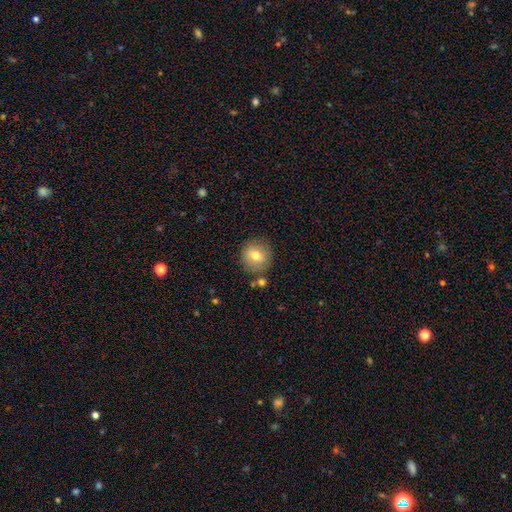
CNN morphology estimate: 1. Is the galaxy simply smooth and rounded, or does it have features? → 74% smooth, 17% featured or disk, 9% star or artifact.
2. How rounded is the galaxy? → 91% round, 8% in between, 1% cigar-shaped.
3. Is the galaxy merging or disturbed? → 82% none, 10% minor disturbance, 5% merger, 3% major disturbance.